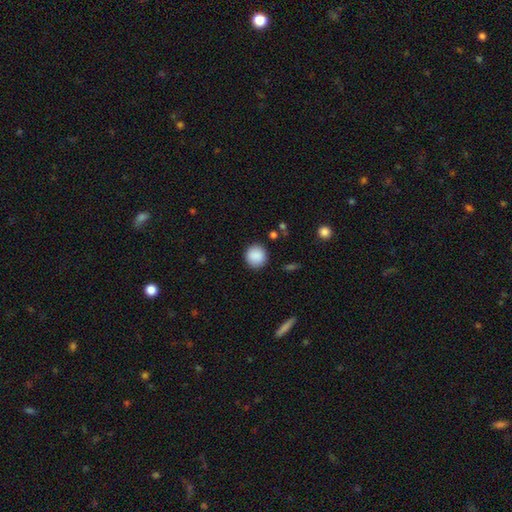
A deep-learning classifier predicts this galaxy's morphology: smooth 89%, star or artifact 8%, featured or disk 3%. Down the decision tree: how rounded — round (92%); merging — none (90%).